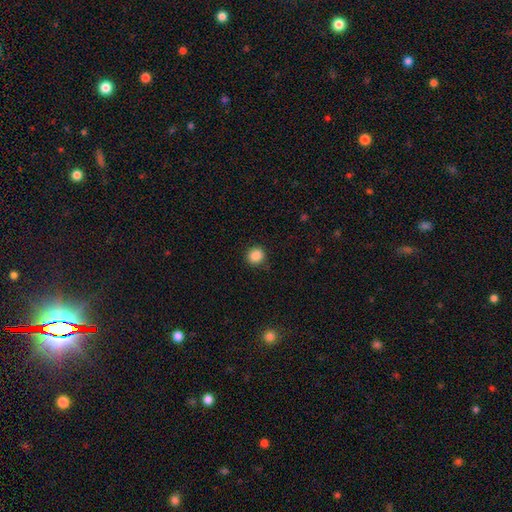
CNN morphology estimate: This appears to be a smooth galaxy with no disk features (87%) that is round (90%). Merging: none (90%).